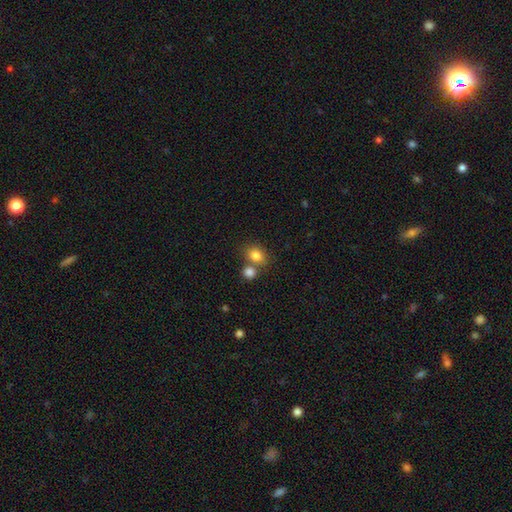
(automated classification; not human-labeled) smooth_or_featured: smooth (p=0.82) [alt: star or artifact p=0.10]
how_rounded: round (p=0.53) [alt: in between p=0.46]
merging: none (p=0.55) [alt: merger p=0.32]